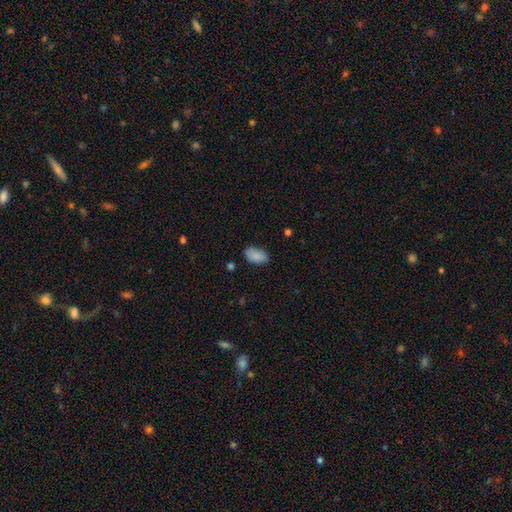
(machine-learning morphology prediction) Smooth or featured: smooth — 88% (star or artifact — 7%)
How rounded: in between — 93% (round — 5%)
Merging: none — 82% (minor disturbance — 14%)